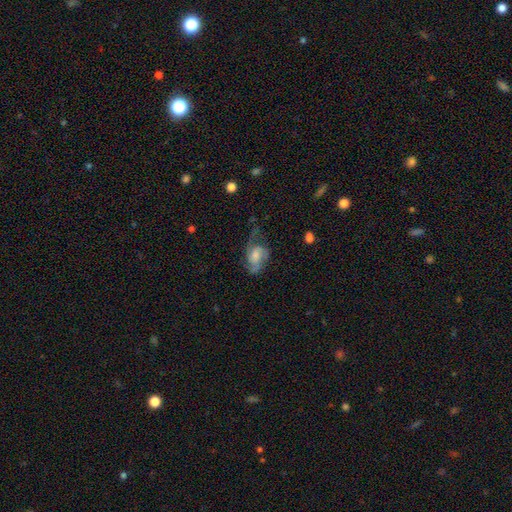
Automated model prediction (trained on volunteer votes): featured or disk 67%, smooth 25%, star or artifact 8%. Down the decision tree: edge-on disk — no (97%); bar — no (61%); spiral arms — yes (89%); spiral arm count — 2 (49%); spiral winding — medium (46%); bulge size — moderate (40%); merging — none (40%).